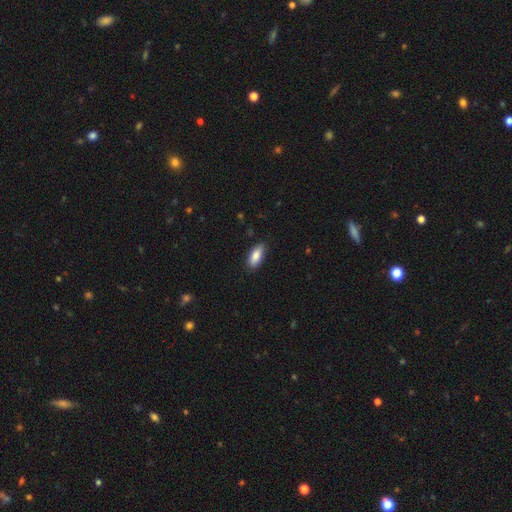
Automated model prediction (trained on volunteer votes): Overall: smooth (85%). How rounded: in between (82%). Merging: none (84%).